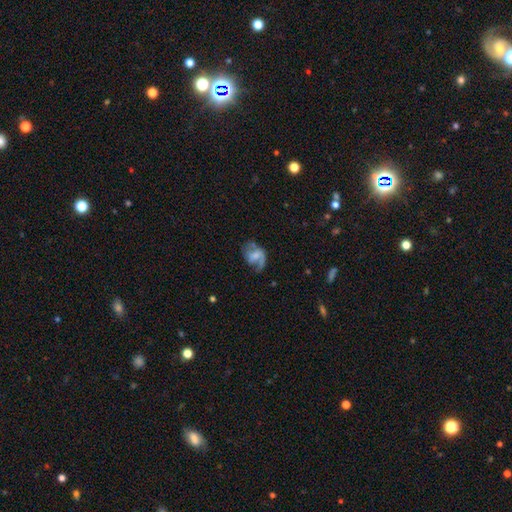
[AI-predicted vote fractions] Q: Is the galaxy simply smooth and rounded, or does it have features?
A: featured or disk — 63%.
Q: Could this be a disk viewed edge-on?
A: no — 97%.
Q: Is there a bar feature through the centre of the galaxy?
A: no — 47%.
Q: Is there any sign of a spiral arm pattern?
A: yes — 81%.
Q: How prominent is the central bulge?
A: small — 37%.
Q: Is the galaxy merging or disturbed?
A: none — 42%.